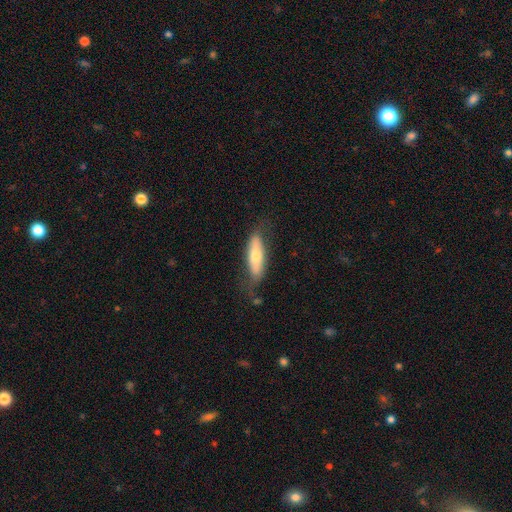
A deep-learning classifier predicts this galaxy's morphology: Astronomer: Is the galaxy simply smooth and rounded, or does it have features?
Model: smooth — 59% (runner-up: featured or disk, 36%).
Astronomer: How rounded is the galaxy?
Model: in between — 49%, tied with cigar-shaped at 49%.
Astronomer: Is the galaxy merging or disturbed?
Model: none — 67%.